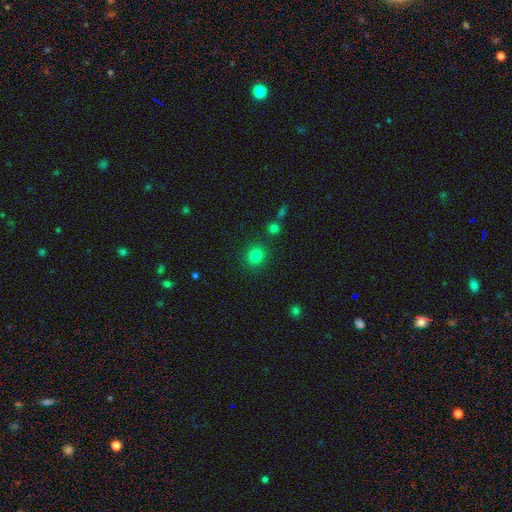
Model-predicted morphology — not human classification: A smooth galaxy with no disk features (81%) that is round (88%). Merging: none (86%).